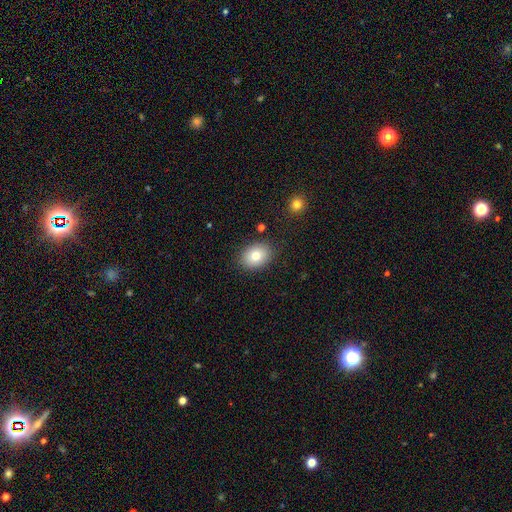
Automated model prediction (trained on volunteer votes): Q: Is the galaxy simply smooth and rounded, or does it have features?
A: smooth — 79%.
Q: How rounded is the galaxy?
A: in between — 60%.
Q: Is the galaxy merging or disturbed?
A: none — 87%.